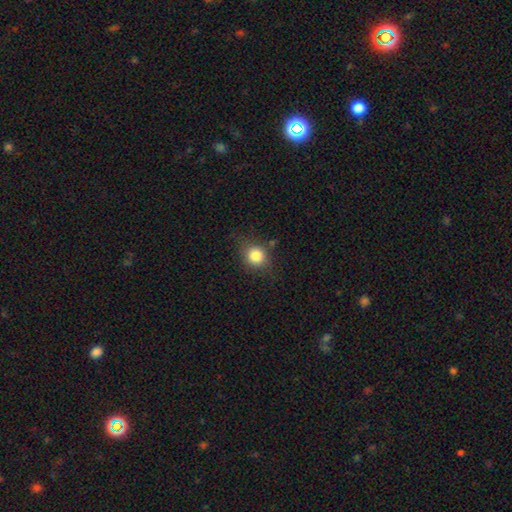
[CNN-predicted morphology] Smooth or featured? smooth (81%)
How rounded? round (77%)
Merging? none (72%)